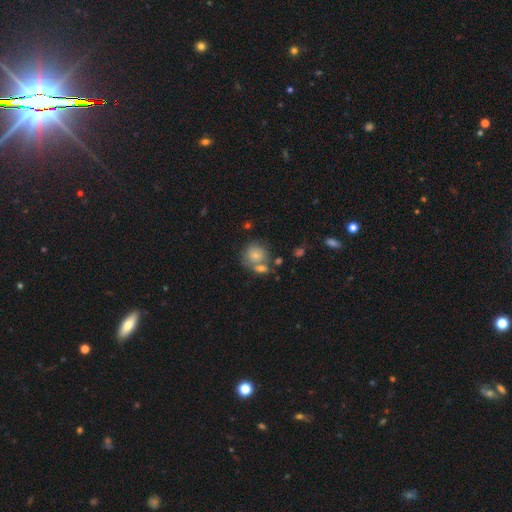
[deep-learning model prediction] smooth_or_featured: smooth (p=0.72) [alt: featured or disk p=0.19]
how_rounded: round (p=0.77) [alt: in between p=0.22]
merging: none (p=0.43) [alt: merger p=0.36]